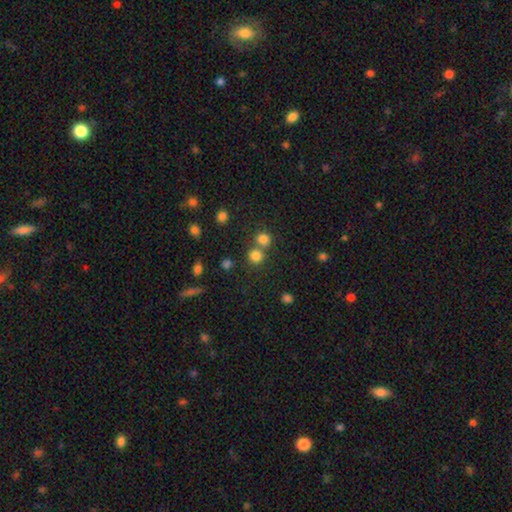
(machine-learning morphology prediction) This is likely a smooth galaxy (79%). How rounded: clearly round (89%). Merging: possibly none (59%).